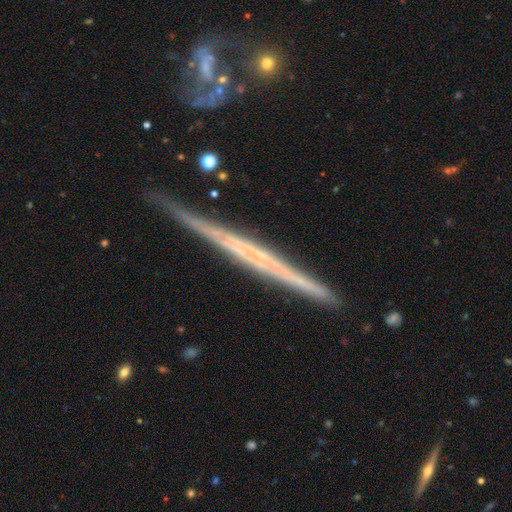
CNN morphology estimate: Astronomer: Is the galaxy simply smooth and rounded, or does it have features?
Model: featured or disk — 73%.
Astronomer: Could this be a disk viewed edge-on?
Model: yes — 97%.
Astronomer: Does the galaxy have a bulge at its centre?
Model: none — 79%.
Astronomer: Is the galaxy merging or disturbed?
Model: none — 80%.